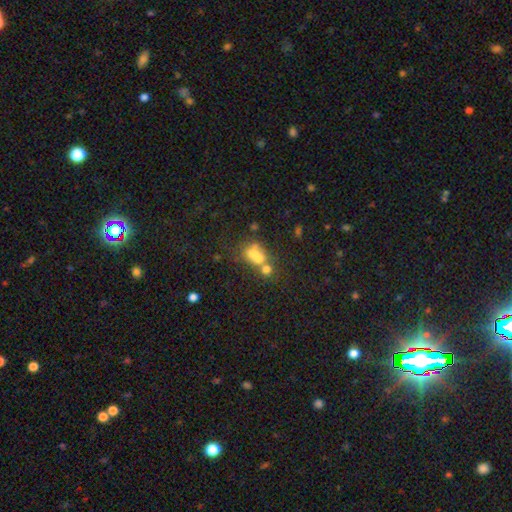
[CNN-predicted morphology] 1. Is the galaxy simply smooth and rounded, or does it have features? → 58% smooth, 26% featured or disk, 16% star or artifact.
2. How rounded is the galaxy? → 60% round, 39% in between, 2% cigar-shaped.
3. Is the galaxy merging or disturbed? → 60% merger, 25% none, 8% minor disturbance, 7% major disturbance.